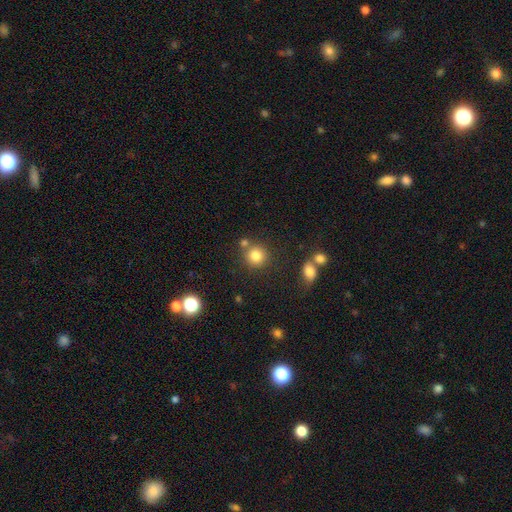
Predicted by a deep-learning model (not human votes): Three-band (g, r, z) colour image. It shows a smooth galaxy with no disk features (82%) that is round (91%). Merging: none (74%).